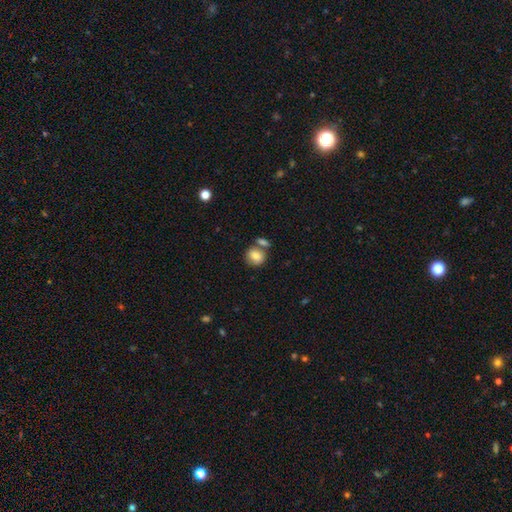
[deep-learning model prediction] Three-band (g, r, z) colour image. It shows a smooth galaxy with no disk features (82%) that is round (66%). Merging: none (56%).